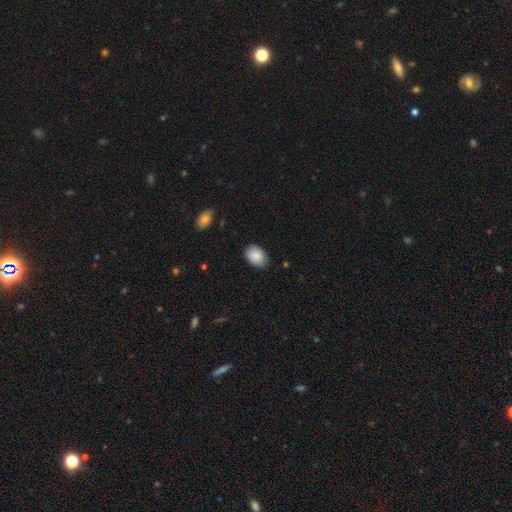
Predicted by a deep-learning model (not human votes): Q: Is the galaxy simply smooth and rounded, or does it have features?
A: smooth — 87%.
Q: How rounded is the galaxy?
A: in between — 82%.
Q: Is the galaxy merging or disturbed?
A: none — 80%.